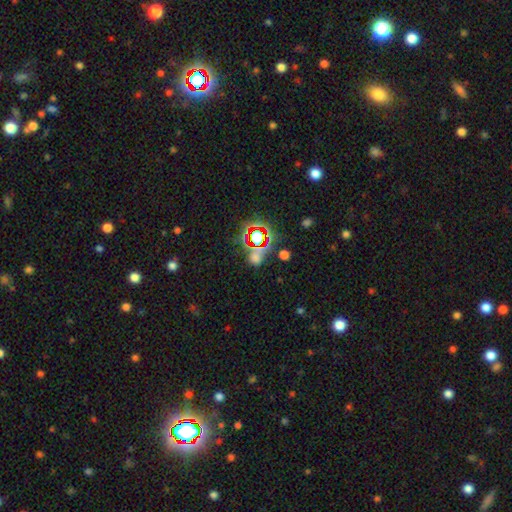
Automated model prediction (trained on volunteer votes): Smooth or featured? star or artifact (70%)